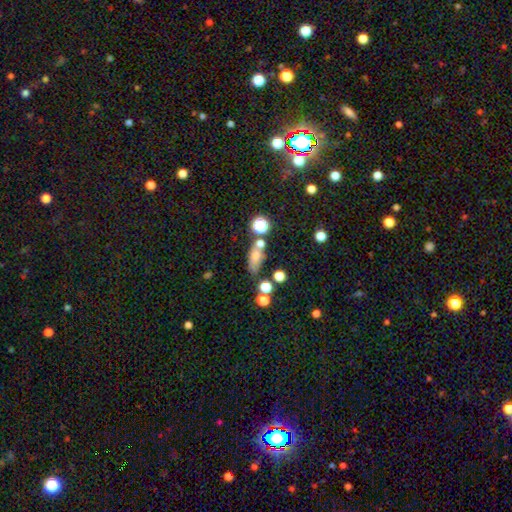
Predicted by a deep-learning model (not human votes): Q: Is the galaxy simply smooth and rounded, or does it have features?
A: smooth — 69%.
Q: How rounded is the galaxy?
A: in between — 68%.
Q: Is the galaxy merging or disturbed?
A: none — 56%.